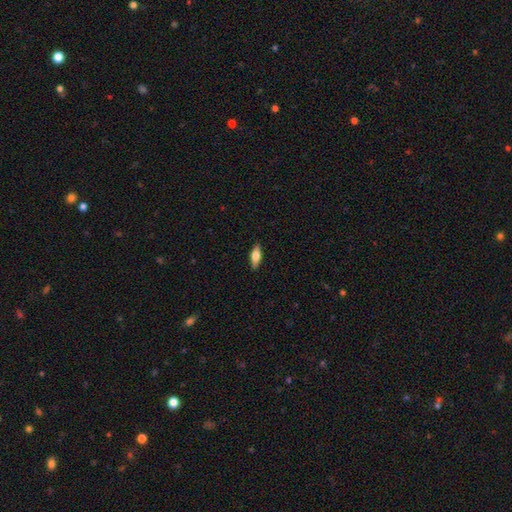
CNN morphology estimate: A smooth galaxy with no disk features (65%) that is in between round and cigar-shaped (63%). Merging: none (89%).